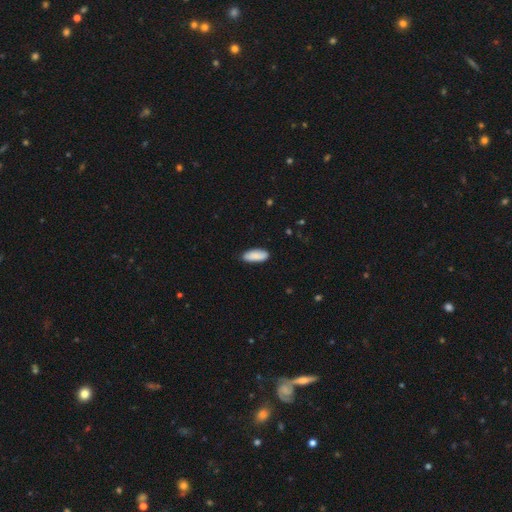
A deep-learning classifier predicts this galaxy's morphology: Smooth or featured? Predicted: smooth (p=0.88). How rounded? Predicted: in between (p=0.75). Merging? Predicted: none (p=0.84).